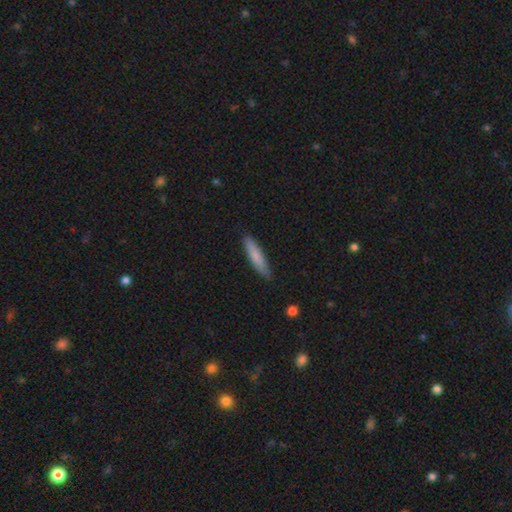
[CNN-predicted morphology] Smooth or featured? Predicted: smooth (p=0.78). How rounded? Predicted: cigar-shaped (p=0.85). Merging? Predicted: none (p=0.86).